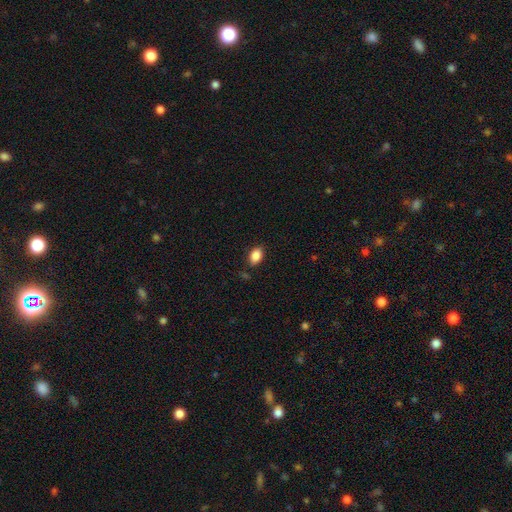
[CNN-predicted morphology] Smooth or featured? Predicted: smooth (p=0.87). How rounded? Predicted: in between (p=0.86). Merging? Predicted: none (p=0.84).